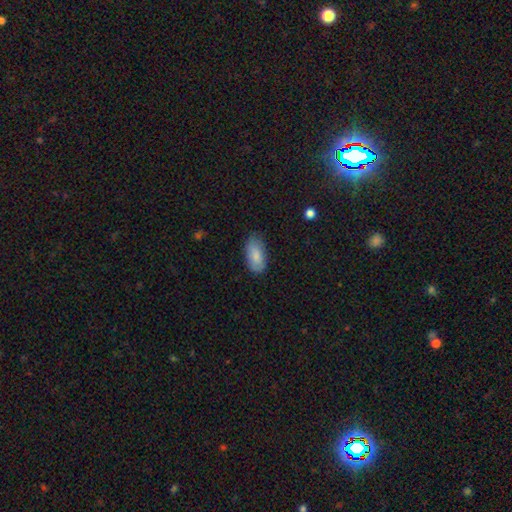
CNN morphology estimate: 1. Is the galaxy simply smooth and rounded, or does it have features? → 84% smooth, 10% featured or disk, 6% star or artifact.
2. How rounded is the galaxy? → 92% in between, 5% cigar-shaped, 3% round.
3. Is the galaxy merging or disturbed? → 77% none, 18% minor disturbance, 3% major disturbance, 1% merger.